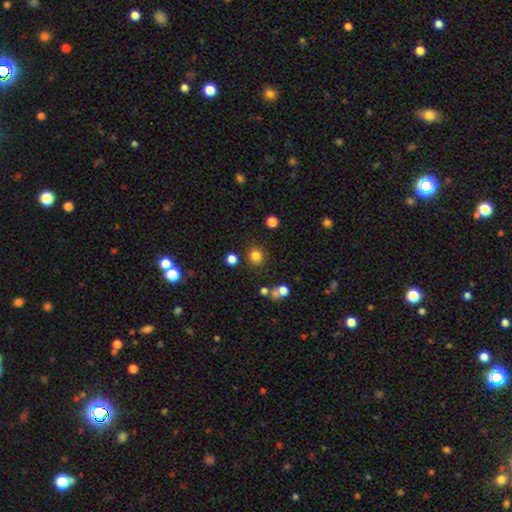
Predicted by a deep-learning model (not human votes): Morphology: type=smooth (81%); roundness=round (90%); merging=none (83%).